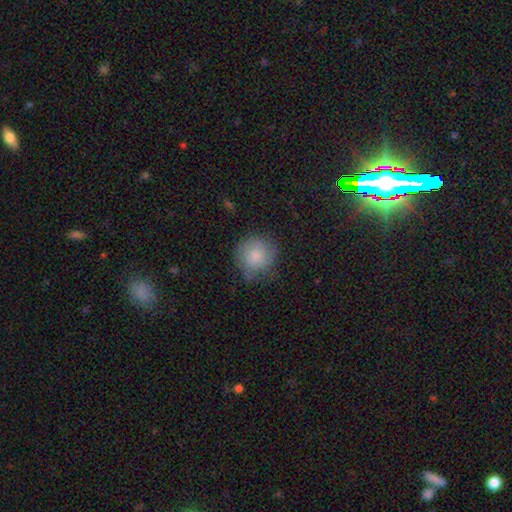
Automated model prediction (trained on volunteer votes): A smooth galaxy with no disk features (77%) that is round (91%).

Vote fractions:
- Smooth or featured? smooth: 77% / featured or disk: 16% / star or artifact: 8%
- How rounded? round: 91% / in between: 8% / cigar-shaped: 1%
- Merging? none: 68% / minor disturbance: 24% / major disturbance: 7% / merger: 1%